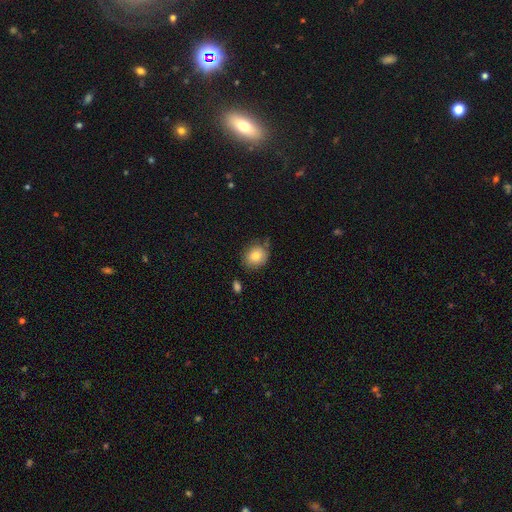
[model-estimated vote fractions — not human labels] This is clearly a smooth galaxy (82%). How rounded: likely round (69%). Merging: likely none (70%).